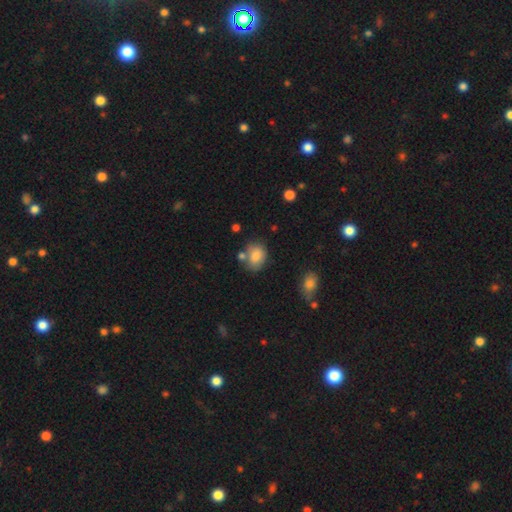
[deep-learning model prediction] smooth 82%, featured or disk 9%, star or artifact 8%. Down the decision tree: how rounded — in between (58%); merging — none (59%).